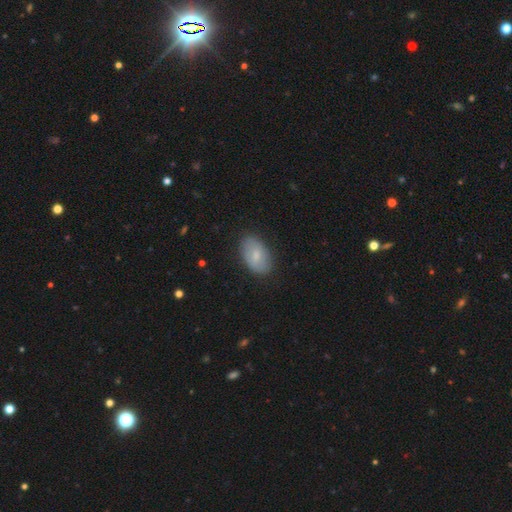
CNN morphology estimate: Smooth or featured: smooth — 71% (featured or disk — 22%)
How rounded: in between — 92% (round — 7%)
Merging: none — 82% (minor disturbance — 14%)